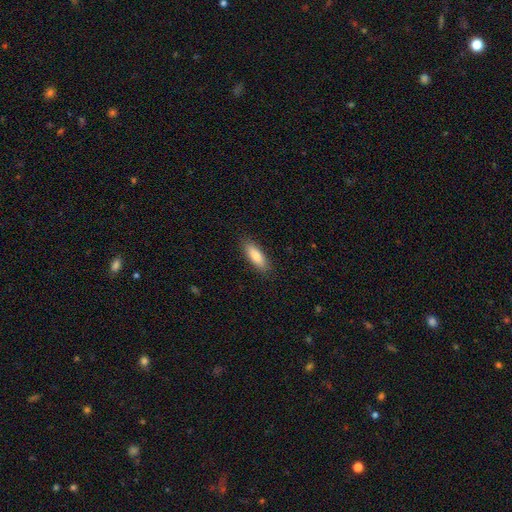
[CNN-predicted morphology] Overall: smooth (84%). How rounded: in between (62%; cigar-shaped 36%). Merging: none (88%).